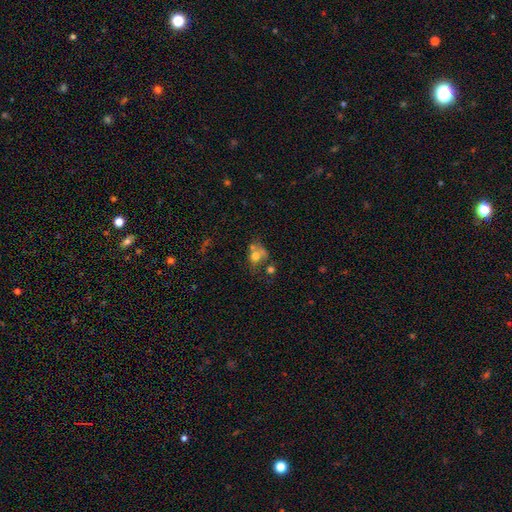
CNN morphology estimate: Smooth or featured: smooth — 63% (featured or disk — 23%)
How rounded: round — 58% (in between — 41%)
Merging: merger — 40% (none — 28%)